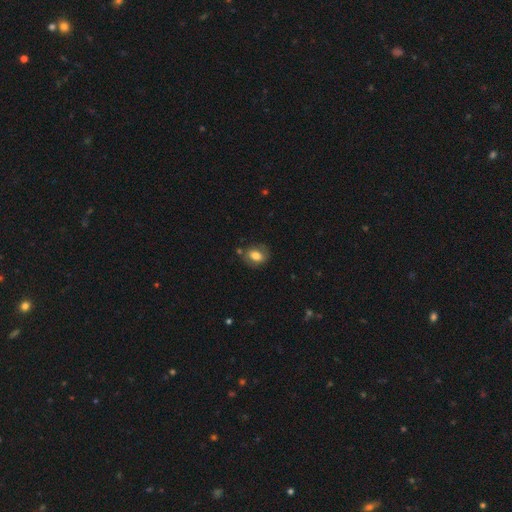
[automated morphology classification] Smooth or featured? smooth (73%)
How rounded? in between (68%)
Merging? none (72%)